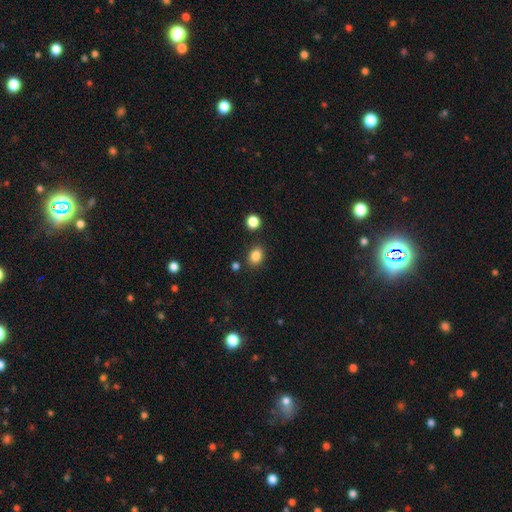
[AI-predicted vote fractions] This appears to be a smooth galaxy with no disk features (85%) that is in between round and cigar-shaped (59%). Merging: none (83%).